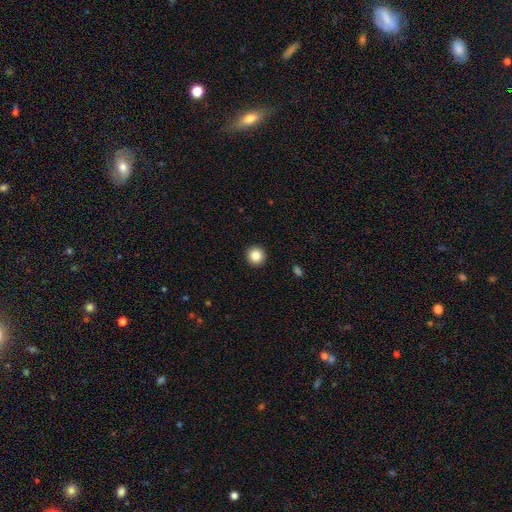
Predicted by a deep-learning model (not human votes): A smooth galaxy with no disk features (86%) that is round (96%). Merging: none (93%).